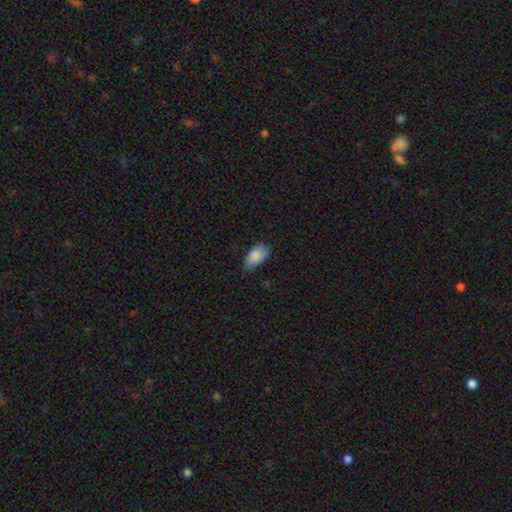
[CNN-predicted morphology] smooth-or-featured: smooth: 87% | star or artifact: 7% | featured or disk: 6%
  how-rounded: in between: 93% | cigar-shaped: 4% | round: 3%
  merging: none: 68% | minor disturbance: 27% | major disturbance: 4% | merger: 1%